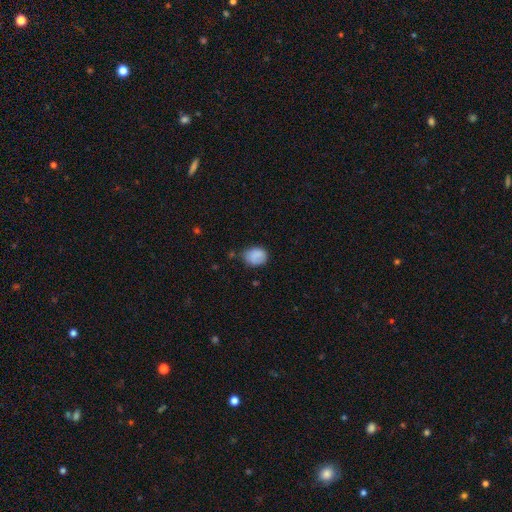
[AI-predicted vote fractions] smooth-or-featured: smooth: 86% | star or artifact: 8% | featured or disk: 7%
  how-rounded: round: 50% | in between: 49% | cigar-shaped: 1%
  merging: none: 63% | minor disturbance: 28% | major disturbance: 6% | merger: 3%